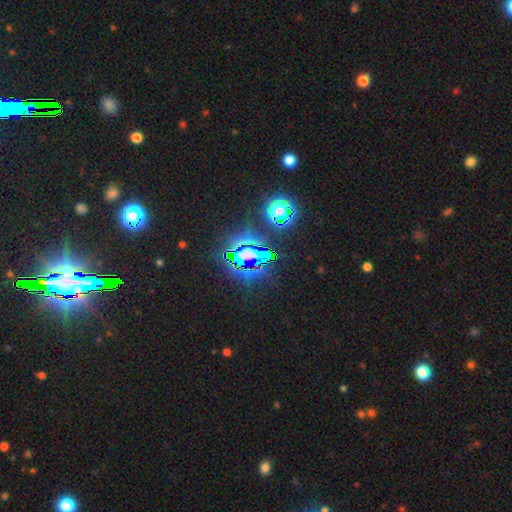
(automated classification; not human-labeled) The model was most divided on "smooth or featured": star or artifact: 84%, smooth: 10%, featured or disk: 7%.